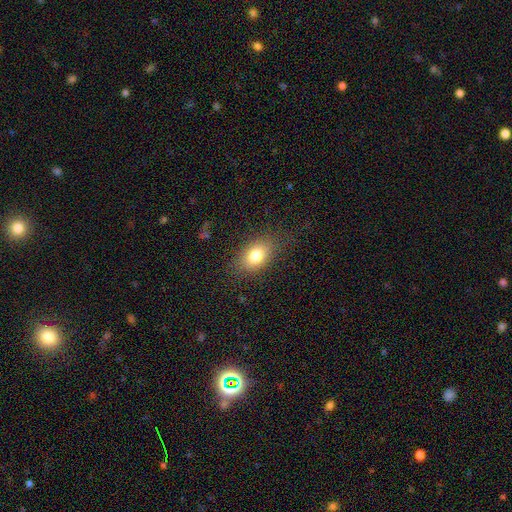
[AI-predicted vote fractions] smooth_or_featured: smooth (p=0.79) [alt: featured or disk p=0.11]
how_rounded: in between (p=0.81) [alt: round p=0.16]
merging: none (p=0.80) [alt: minor disturbance p=0.13]